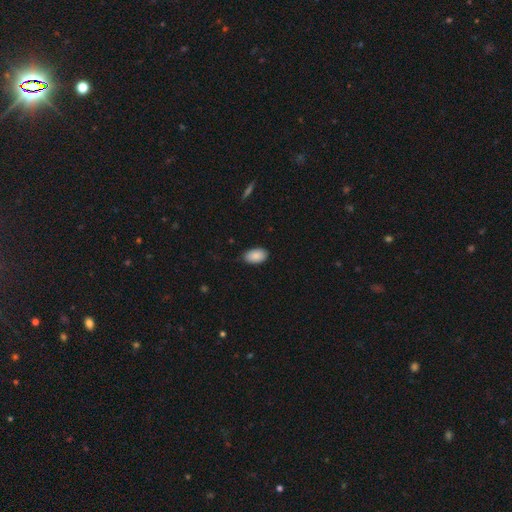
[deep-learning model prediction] Smooth or featured? Predicted: smooth (p=0.89). How rounded? Predicted: in between (p=0.93). Merging? Predicted: none (p=0.84).